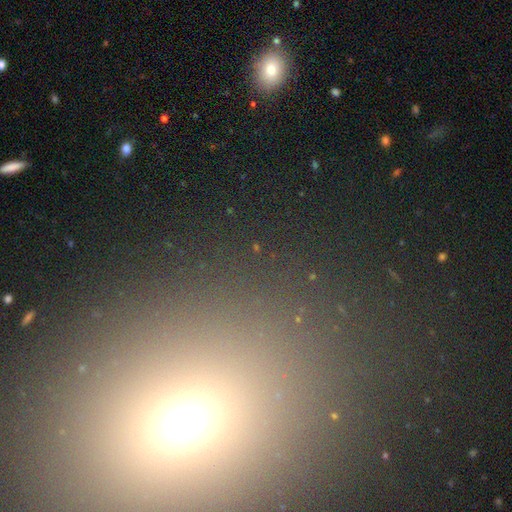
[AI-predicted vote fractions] Smooth or featured: smooth — 45% (star or artifact — 44%)
Merging: none — 84% (minor disturbance — 7%)